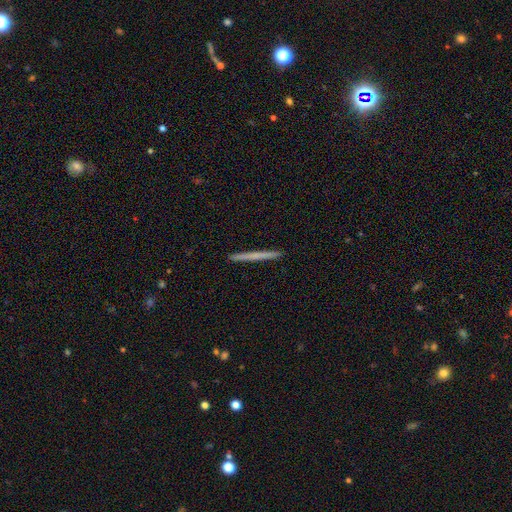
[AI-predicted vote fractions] A smooth galaxy with no disk features (55%) that is cigar-shaped (97%).

Vote fractions:
- Smooth or featured? smooth: 55% / featured or disk: 39% / star or artifact: 6%
- How rounded? cigar-shaped: 97% / in between: 1% / round: 1%
- Merging? none: 93% / minor disturbance: 5% / major disturbance: 1% / merger: 1%